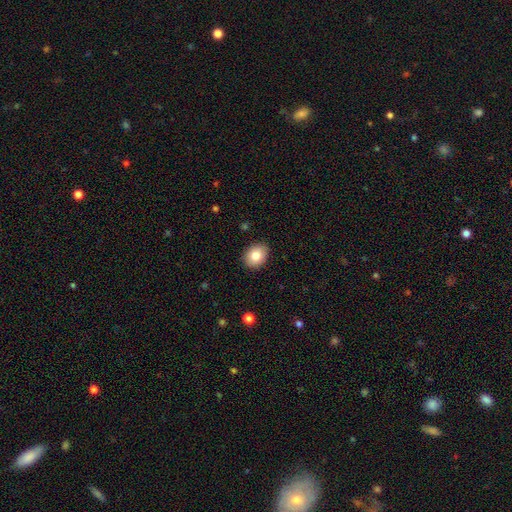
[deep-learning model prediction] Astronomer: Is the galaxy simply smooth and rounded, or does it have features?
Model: smooth — 82%.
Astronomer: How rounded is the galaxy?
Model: in between — 62% (runner-up: round, 37%).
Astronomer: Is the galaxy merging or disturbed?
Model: none — 89%.